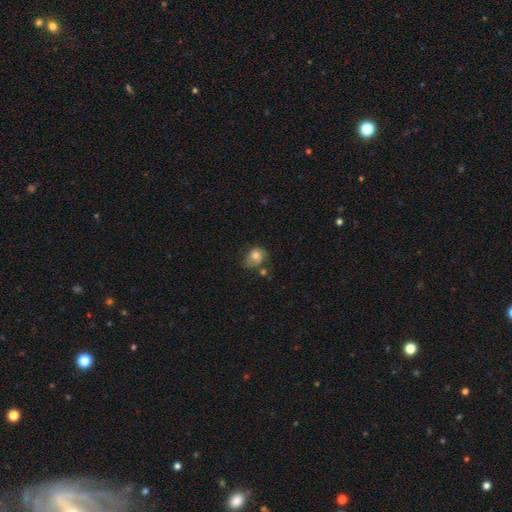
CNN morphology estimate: type=smooth (64%); roundness=round (51%); merging=none (42%).